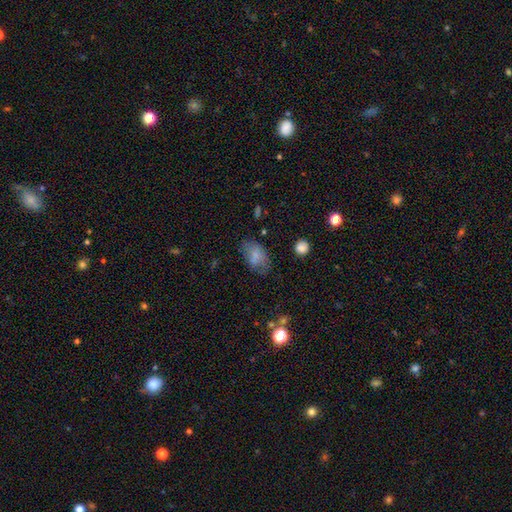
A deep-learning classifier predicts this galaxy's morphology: This appears to be a smooth galaxy with no disk features (76%) that is in between round and cigar-shaped (90%). Merging: none (61%).